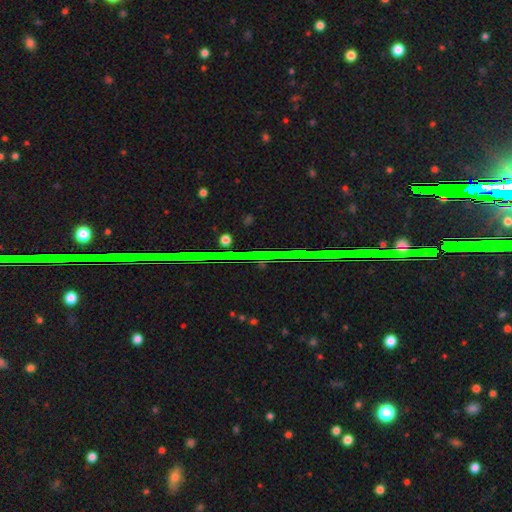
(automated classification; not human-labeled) This is clearly a star or artifact rather than a galaxy (85%).